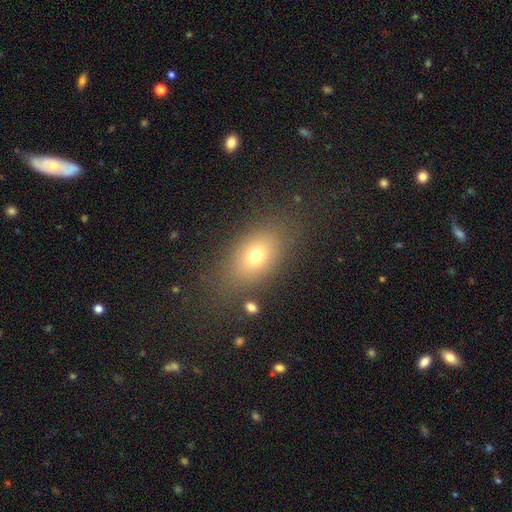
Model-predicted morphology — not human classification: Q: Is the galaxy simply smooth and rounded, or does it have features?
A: smooth — 71%.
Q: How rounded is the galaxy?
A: in between — 80%.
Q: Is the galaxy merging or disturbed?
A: none — 79%.